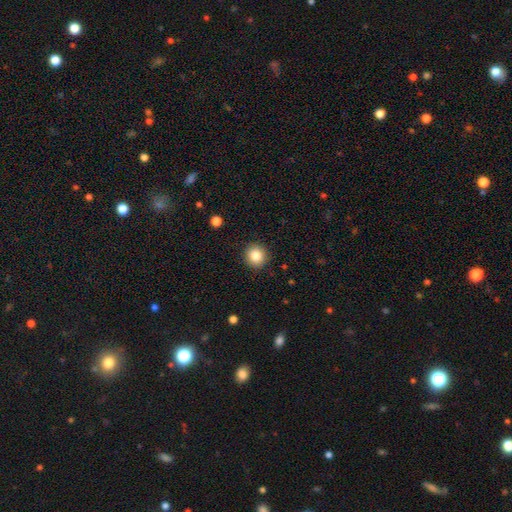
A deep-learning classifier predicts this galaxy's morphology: smooth 84%, star or artifact 10%, featured or disk 6%. Down the decision tree: how rounded — round (92%); merging — none (91%).